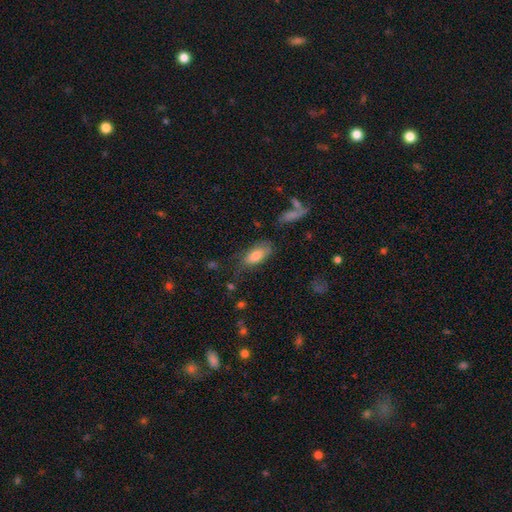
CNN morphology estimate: smooth-or-featured: smooth: 78% | featured or disk: 15% | star or artifact: 7%
  how-rounded: in between: 85% | cigar-shaped: 12% | round: 3%
  merging: none: 61% | minor disturbance: 25% | major disturbance: 10% | merger: 4%